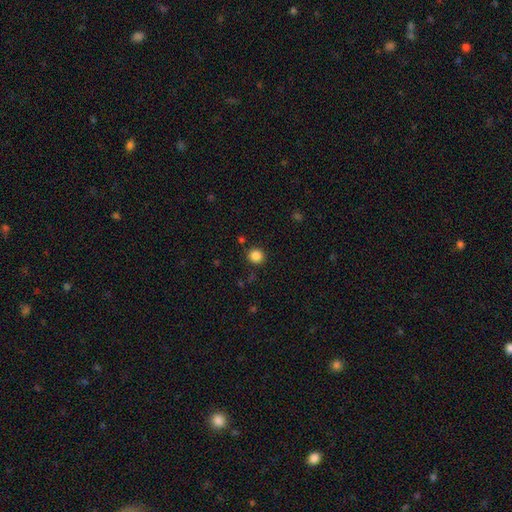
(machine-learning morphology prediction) Smooth or featured? smooth (86%)
How rounded? round (88%)
Merging? none (88%)